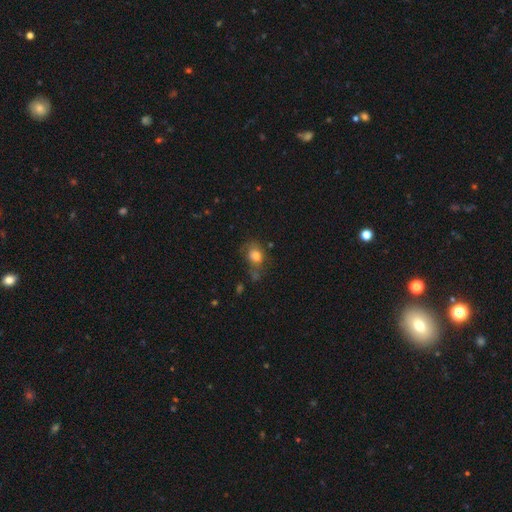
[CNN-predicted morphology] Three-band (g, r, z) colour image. It shows a smooth galaxy with no disk features (73%) that is round (51%). Merging: none (46%).